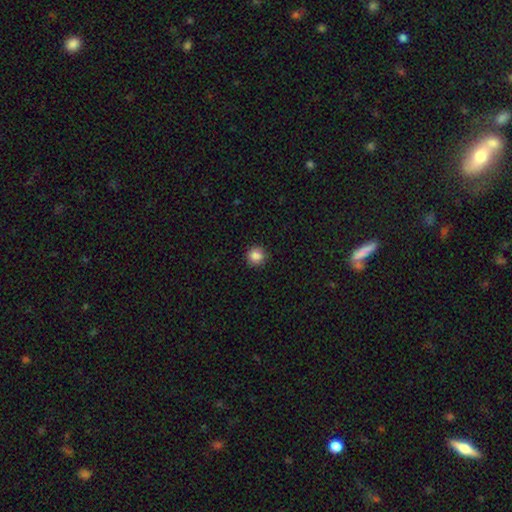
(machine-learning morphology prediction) The model was most divided on "smooth or featured": smooth: 86%, star or artifact: 10%, featured or disk: 4%. More confident: how rounded — round (91%); merging — none (90%).